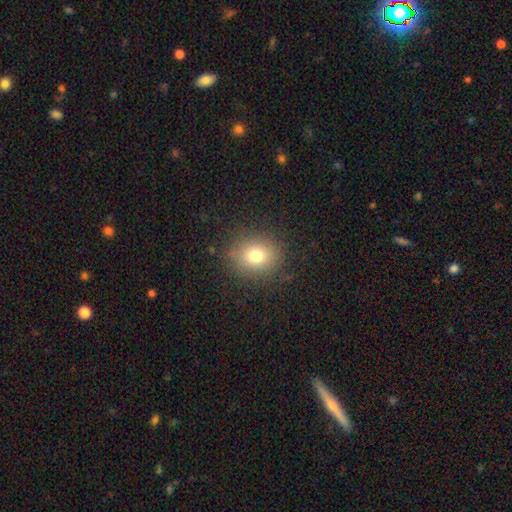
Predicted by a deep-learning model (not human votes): Smooth or featured? smooth (76%)
How rounded? round (73%)
Merging? none (85%)